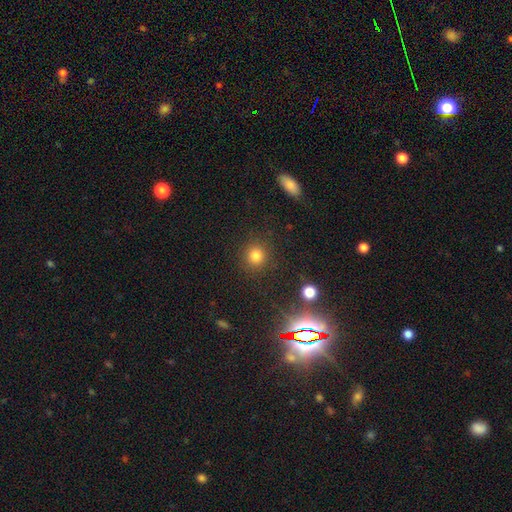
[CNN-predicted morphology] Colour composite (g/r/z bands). It shows a smooth galaxy with no disk features (79%) that is round (91%). Merging: none (88%).